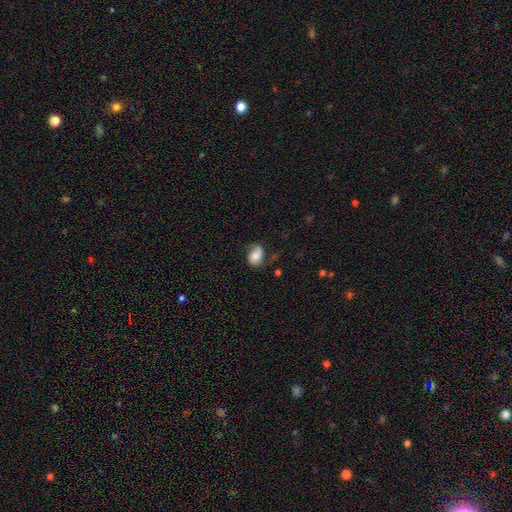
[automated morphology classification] A smooth galaxy with no disk features (46%). Merging: none (51%).